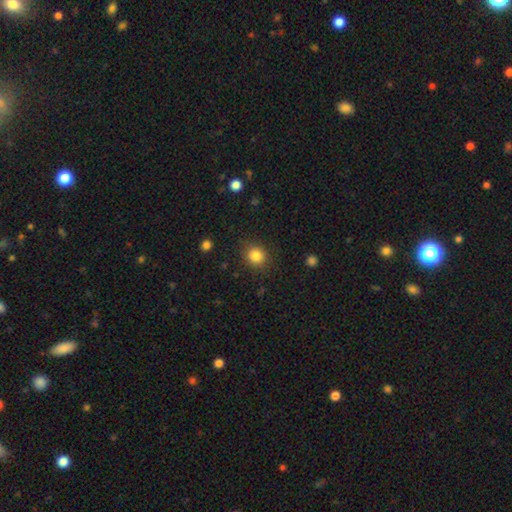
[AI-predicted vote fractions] Smooth or featured? smooth (84%)
How rounded? round (81%)
Merging? none (86%)